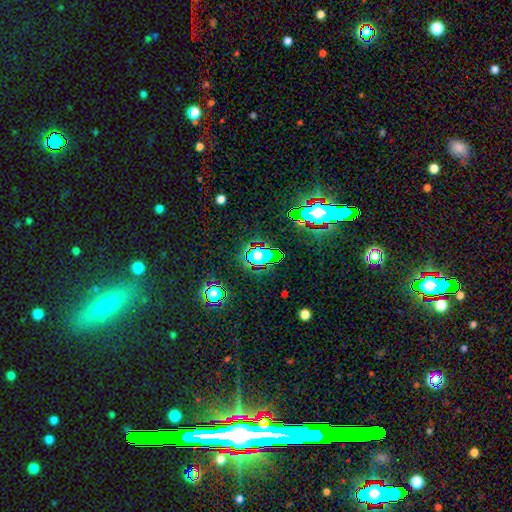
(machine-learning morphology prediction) This is possibly a star or artifact rather than a galaxy (53%).